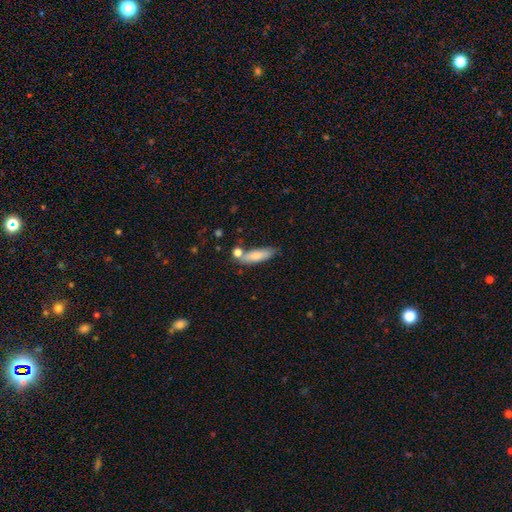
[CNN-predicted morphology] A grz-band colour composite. It shows a smooth galaxy with no disk features (76%) that is cigar-shaped (55%). Merging: none (62%).